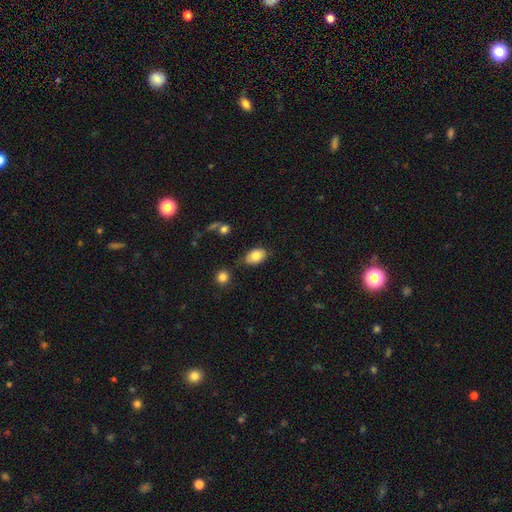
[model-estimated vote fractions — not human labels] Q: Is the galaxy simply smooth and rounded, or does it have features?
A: smooth — 82%.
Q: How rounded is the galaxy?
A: in between — 87%.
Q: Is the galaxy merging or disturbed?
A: none — 72%.